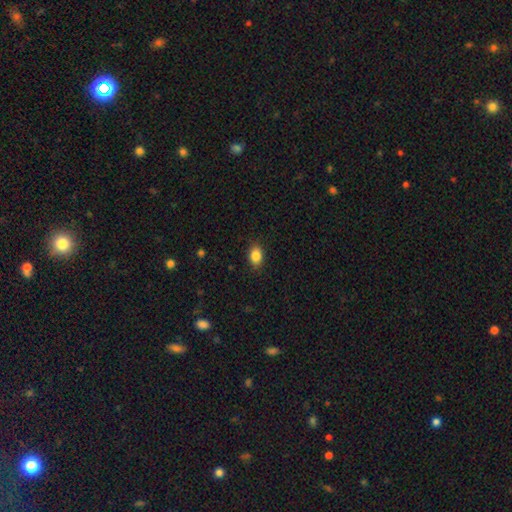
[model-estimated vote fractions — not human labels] smooth 86%, star or artifact 9%, featured or disk 5%. Down the decision tree: how rounded — in between (72%); merging — none (87%).